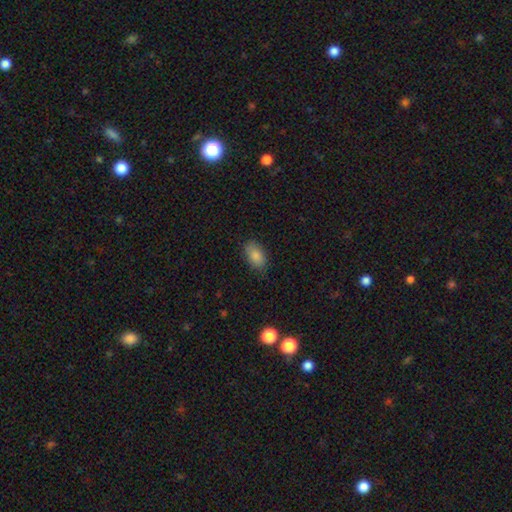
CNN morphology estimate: The model was most divided on "merging": none: 81%, minor disturbance: 14%, major disturbance: 3%, merger: 1%. More confident: how rounded — in between (92%); smooth or featured — smooth (85%).